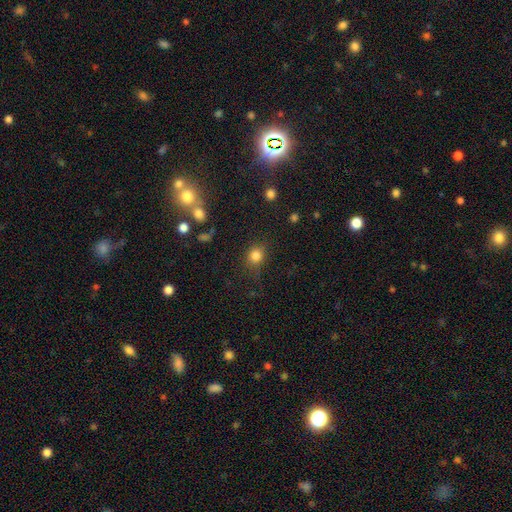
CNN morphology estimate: Smooth or featured: smooth — 82% (star or artifact — 12%)
How rounded: round — 73% (in between — 26%)
Merging: none — 78% (minor disturbance — 14%)